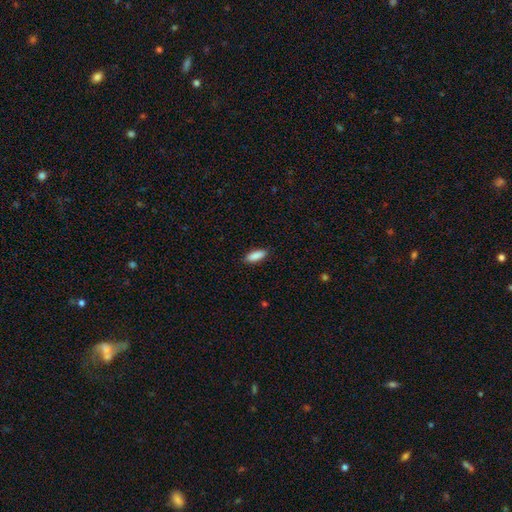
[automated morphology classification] smooth_or_featured: smooth (p=0.89) [alt: star or artifact p=0.06]
how_rounded: in between (p=0.69) [alt: cigar-shaped p=0.29]
merging: none (p=0.88) [alt: minor disturbance p=0.09]